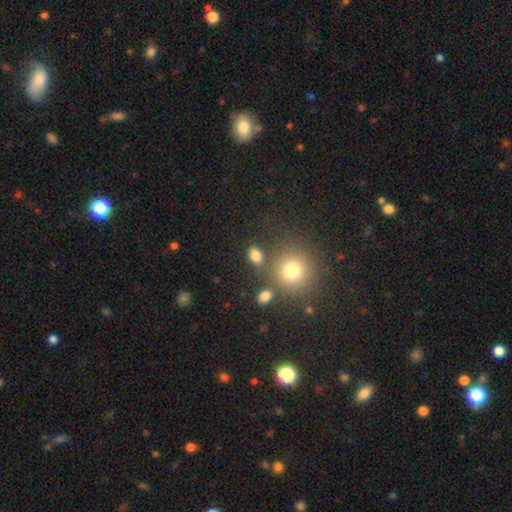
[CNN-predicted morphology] type=smooth (80%); roundness=in between (73%); merging=none (74%).